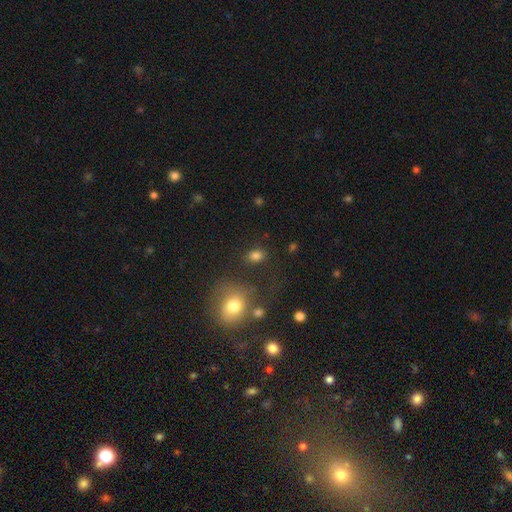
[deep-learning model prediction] Morphology: type=smooth (81%); roundness=in between (67%); merging=none (78%).